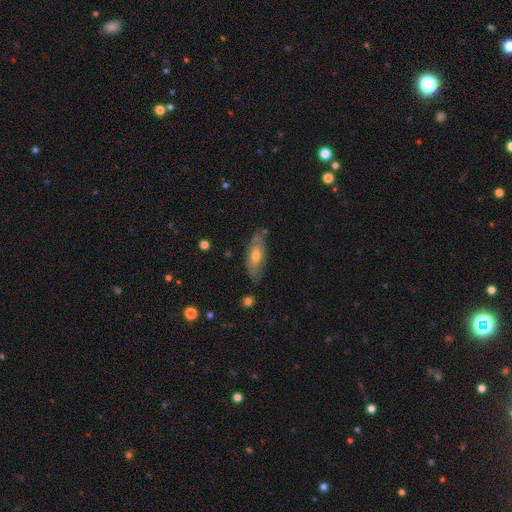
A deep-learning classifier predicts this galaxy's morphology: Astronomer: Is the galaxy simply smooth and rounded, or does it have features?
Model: featured or disk — 50% (runner-up: smooth, 44%).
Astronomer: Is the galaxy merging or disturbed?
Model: none — 74%.